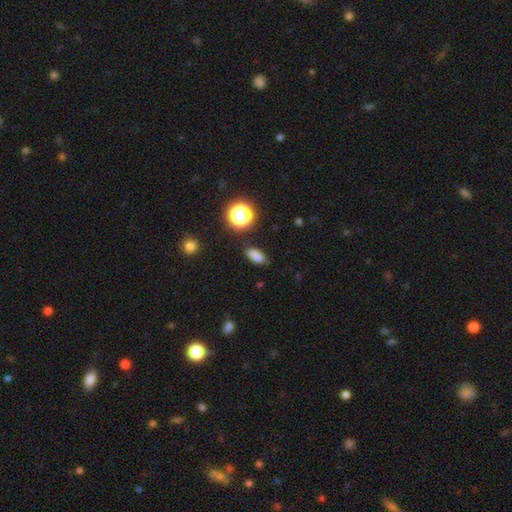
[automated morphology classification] Smooth or featured: smooth — 80% (star or artifact — 15%)
How rounded: in between — 79% (round — 11%)
Merging: none — 84% (minor disturbance — 11%)